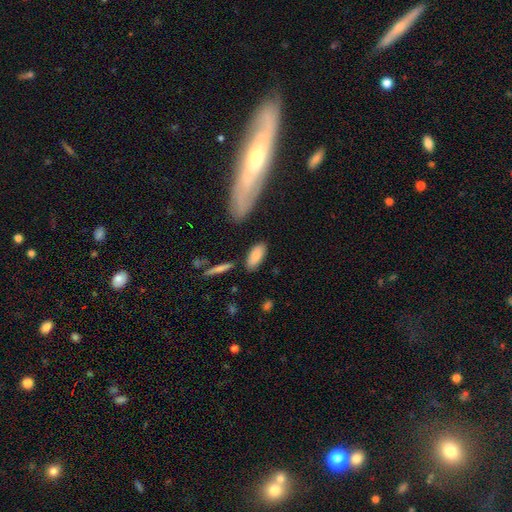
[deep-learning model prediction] Smooth or featured? Predicted: smooth (p=0.84). How rounded? Predicted: in between (p=0.86). Merging? Predicted: none (p=0.79).